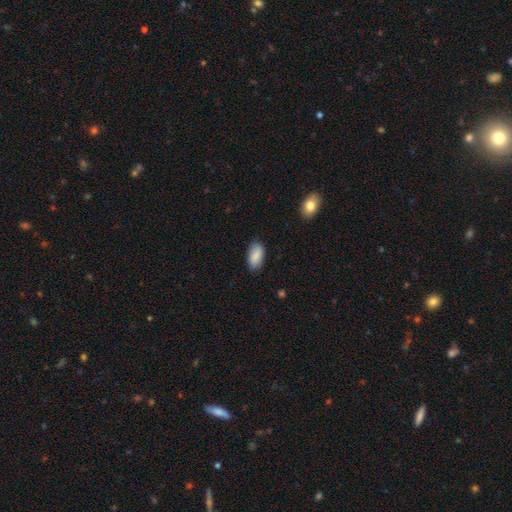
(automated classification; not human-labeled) Smooth or featured? Predicted: smooth (p=0.87). How rounded? Predicted: in between (p=0.94). Merging? Predicted: none (p=0.83).